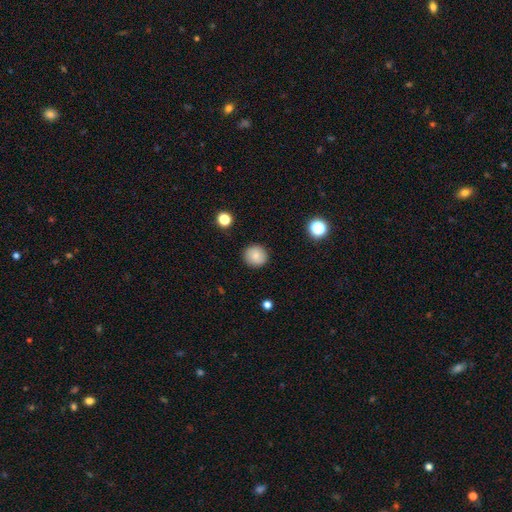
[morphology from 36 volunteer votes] smooth 81%, featured or disk 11%, star or artifact 8%. Down the decision tree: how rounded — round (97%); merging — none (91%).